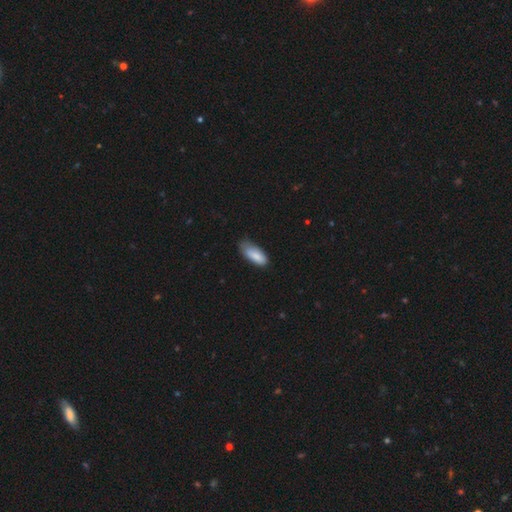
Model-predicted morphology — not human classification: Q: Smooth or featured?
A: smooth (85%); runner-up: featured or disk (9%)
Q: How rounded?
A: in between (81%); runner-up: cigar-shaped (17%)
Q: Merging?
A: none (54%); runner-up: minor disturbance (37%)